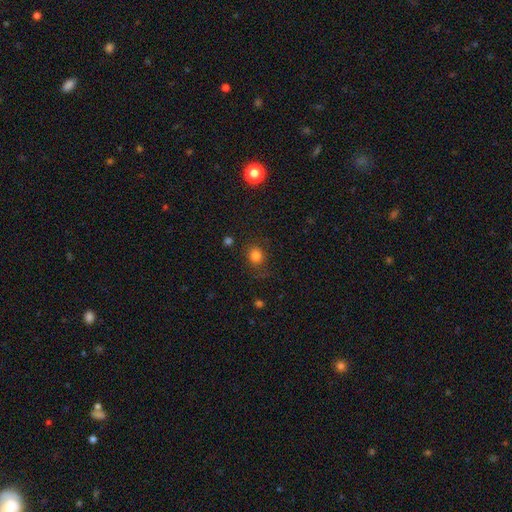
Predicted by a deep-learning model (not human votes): Q: Smooth or featured?
A: smooth (81%); runner-up: star or artifact (13%)
Q: How rounded?
A: round (72%); runner-up: in between (28%)
Q: Merging?
A: none (75%); runner-up: minor disturbance (16%)